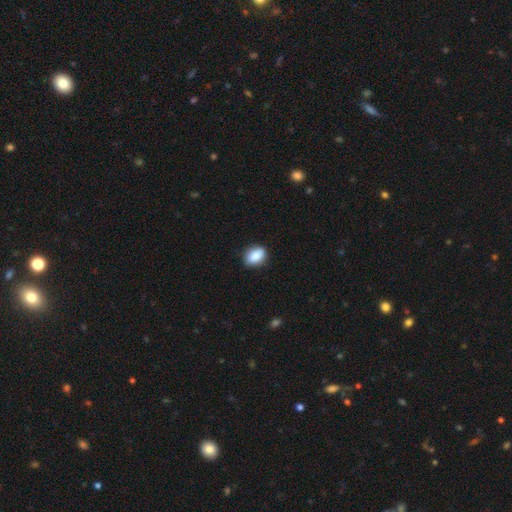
smooth-or-featured: smooth: 92% | featured or disk: 6% | star or artifact: 3%
  how-rounded: in between: 88% | round: 12% | cigar-shaped: 0%
  merging: none: 97% | minor disturbance: 3% | major disturbance: 0% | merger: 0%